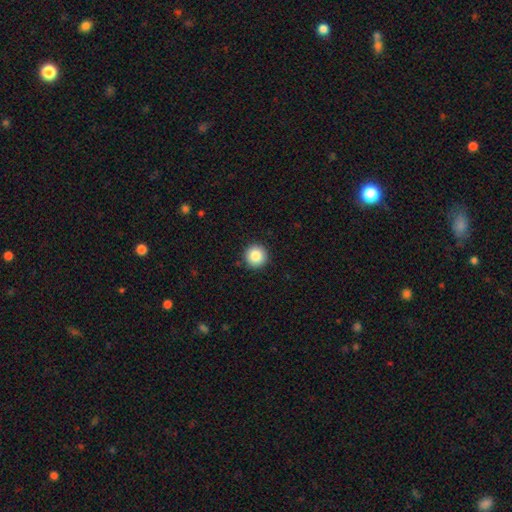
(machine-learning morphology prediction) Smooth or featured?
  - smooth: 86% *
  - star or artifact: 9%
  - featured or disk: 5%
How rounded?
  - round: 96% *
  - in between: 3%
  - cigar-shaped: 1%
Merging?
  - none: 93% *
  - minor disturbance: 5%
  - major disturbance: 2%
  - merger: 1%